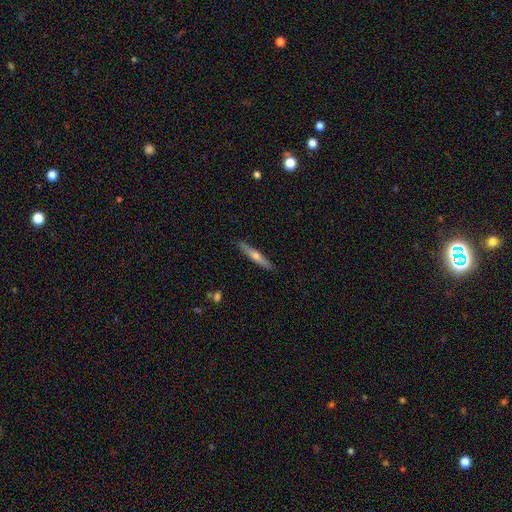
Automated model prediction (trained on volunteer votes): Morphology: type=featured or disk (57%); edge-on=yes (95%); edge-on bulge=rounded (84%); merging=none (90%).